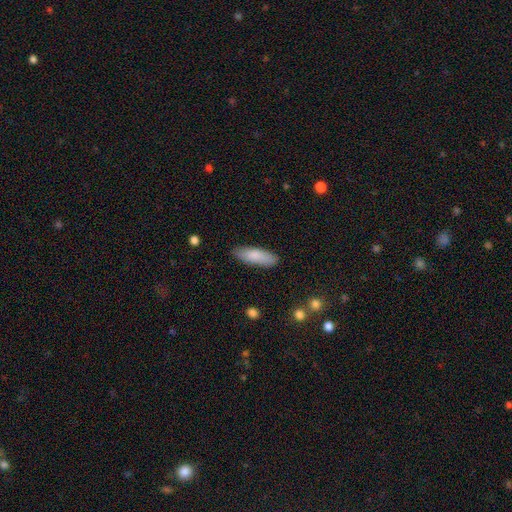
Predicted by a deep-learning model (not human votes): Smooth or featured: smooth — 84% (featured or disk — 10%)
How rounded: in between — 51% (cigar-shaped — 48%)
Merging: none — 86% (minor disturbance — 11%)